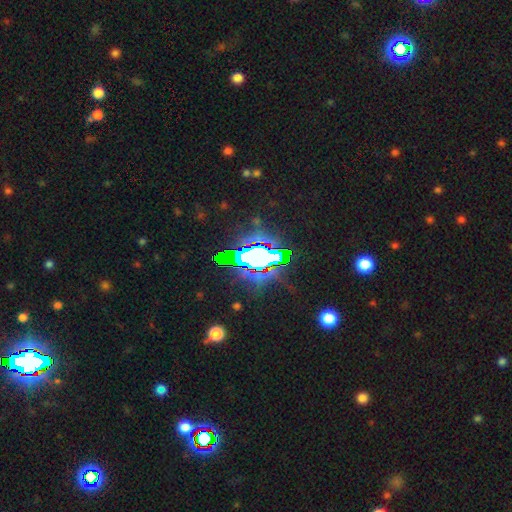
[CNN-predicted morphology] A star or artifact, not a galaxy (66%).

Vote fractions:
- Smooth or featured? star or artifact: 66% / smooth: 19% / featured or disk: 15%